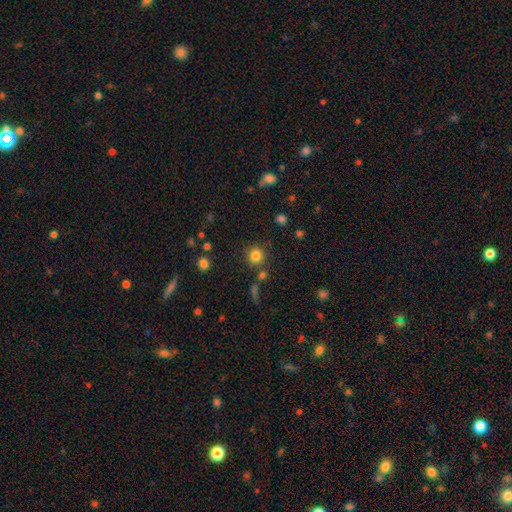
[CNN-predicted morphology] Overall: smooth (82%). How rounded: round (93%). Merging: none (83%).